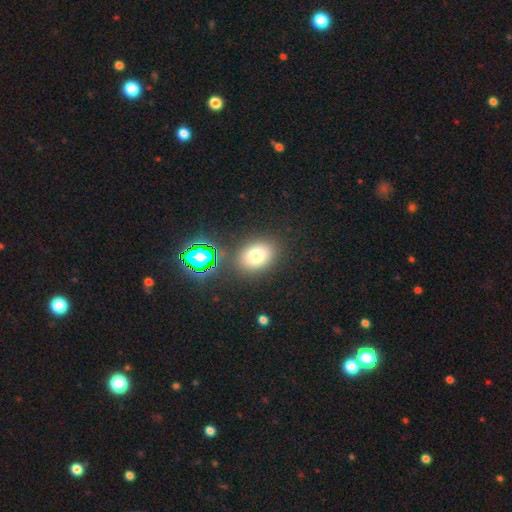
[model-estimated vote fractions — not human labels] The model was most divided on "how rounded": in between: 67%, round: 32%, cigar-shaped: 1%. More confident: merging — none (83%); smooth or featured — smooth (75%).